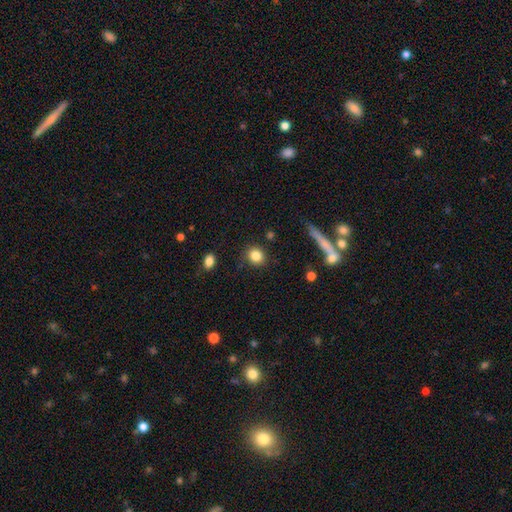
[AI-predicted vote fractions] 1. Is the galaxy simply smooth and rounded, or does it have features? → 84% smooth, 10% star or artifact, 6% featured or disk.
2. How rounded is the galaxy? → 83% round, 16% in between, 1% cigar-shaped.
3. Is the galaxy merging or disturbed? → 86% none, 8% minor disturbance, 3% major disturbance, 3% merger.